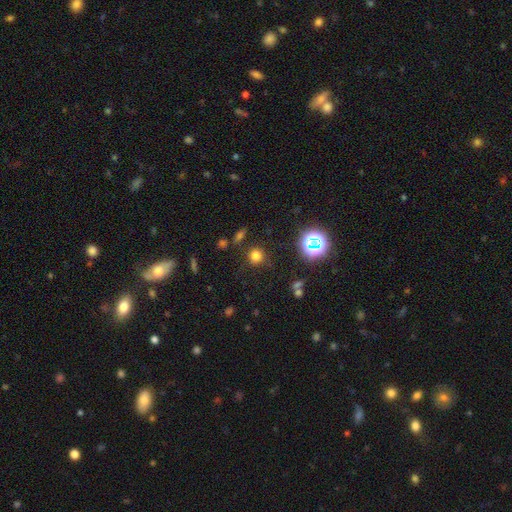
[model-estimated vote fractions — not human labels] The model was most divided on "smooth or featured": smooth: 72%, star or artifact: 21%, featured or disk: 6%. More confident: how rounded — round (91%); merging — none (84%).